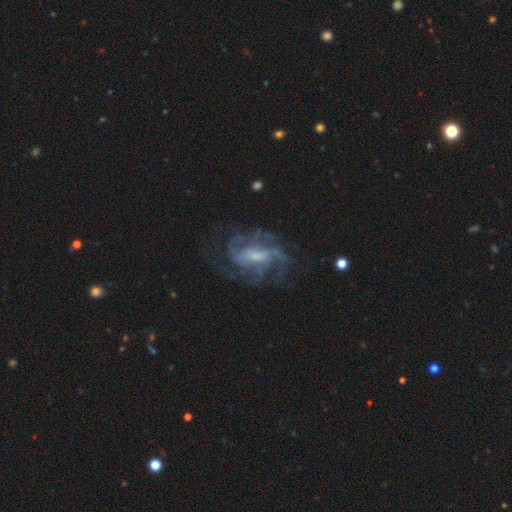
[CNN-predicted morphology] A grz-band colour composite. It shows a featured or disk galaxy (86%) with a weak bar (51%), 4 (28%) medium (48%) spiral arms (94%) and a small central bulge (40%). Merging: none (64%).